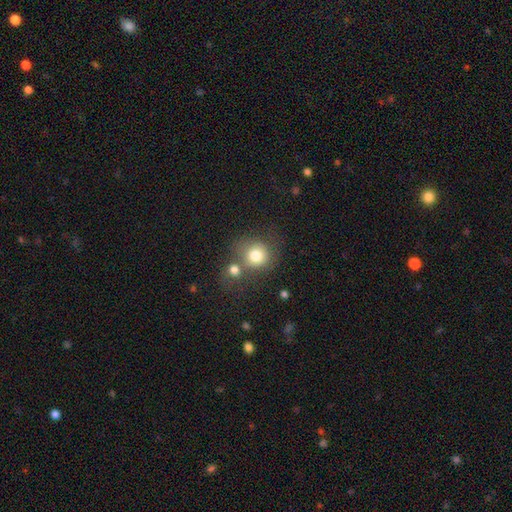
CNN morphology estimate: The model was most divided on "merging": none: 50%, merger: 31%, minor disturbance: 12%, major disturbance: 7%. More confident: how rounded — round (84%); smooth or featured — smooth (78%).